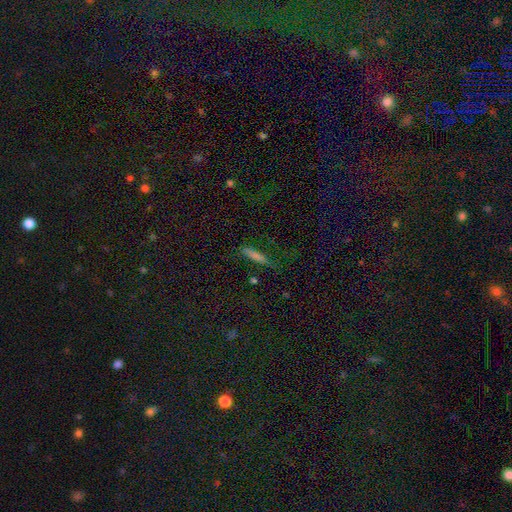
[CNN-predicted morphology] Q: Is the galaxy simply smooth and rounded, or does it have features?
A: smooth — 61%.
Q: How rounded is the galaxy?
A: cigar-shaped — 89%.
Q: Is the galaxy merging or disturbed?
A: none — 80%.